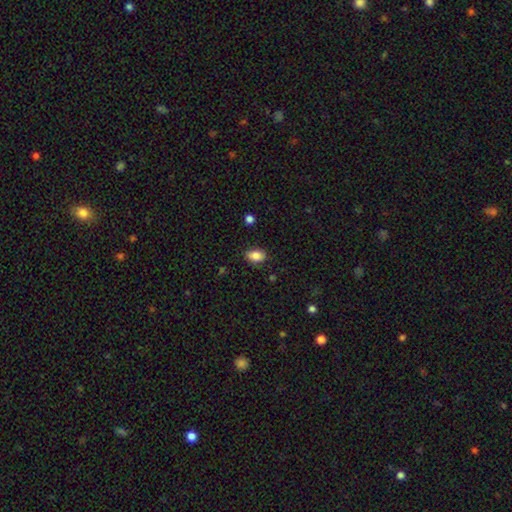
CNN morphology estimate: Q: Smooth or featured?
A: smooth (86%); runner-up: star or artifact (8%)
Q: How rounded?
A: in between (86%); runner-up: round (13%)
Q: Merging?
A: none (83%); runner-up: minor disturbance (13%)